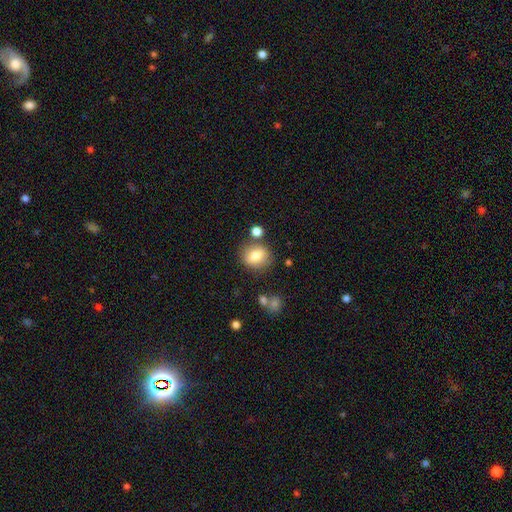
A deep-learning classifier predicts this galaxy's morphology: Smooth or featured? Predicted: smooth (p=0.76). How rounded? Predicted: round (p=0.67). Merging? Predicted: none (p=0.75).